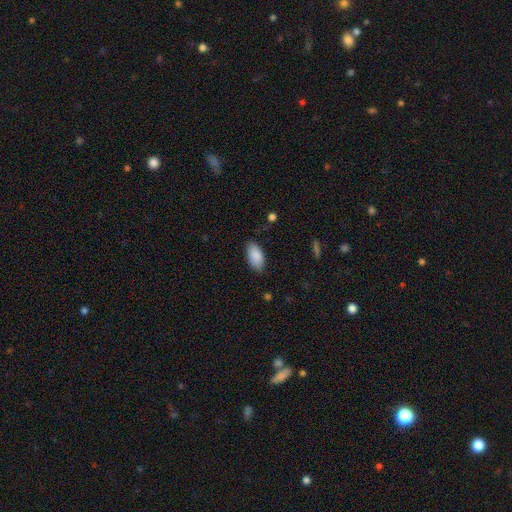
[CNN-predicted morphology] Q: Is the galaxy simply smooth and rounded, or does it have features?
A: smooth — 89%.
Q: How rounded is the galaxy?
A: in between — 94%.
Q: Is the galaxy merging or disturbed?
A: none — 83%.